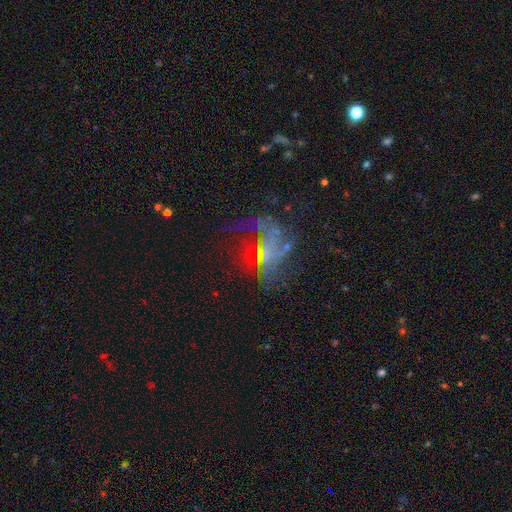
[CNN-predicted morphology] Q: Smooth or featured?
A: featured or disk (58%); runner-up: star or artifact (23%)
Q: Edge-on disk?
A: no (97%); runner-up: yes (3%)
Q: Bar?
A: no (75%); runner-up: weak (20%)
Q: Spiral arms?
A: no (54%); runner-up: yes (46%)
Q: Bulge size?
A: none (42%); runner-up: small (38%)
Q: Merging?
A: major disturbance (41%); runner-up: none (38%)